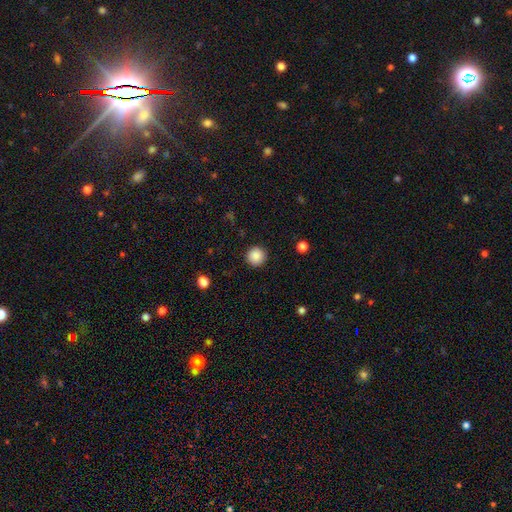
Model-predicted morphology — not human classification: type=smooth (88%); roundness=round (96%); merging=none (92%).